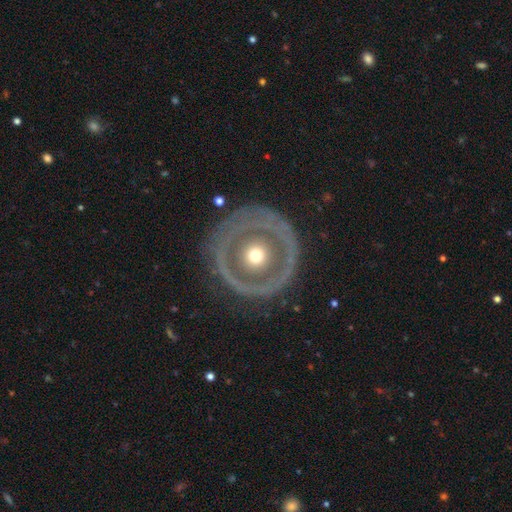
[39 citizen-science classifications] Smooth or featured? featured or disk (69%)
Edge-on disk? no (96%)
Bar? no (100%)
Spiral arms? no (100%)
Bulge size? moderate (85%)
Merging? none (42%)